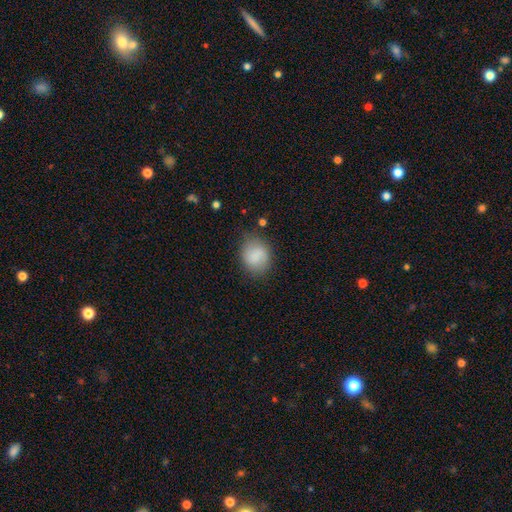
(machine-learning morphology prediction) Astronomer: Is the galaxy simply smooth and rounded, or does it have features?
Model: smooth — 82%.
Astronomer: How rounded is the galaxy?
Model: round — 60% (runner-up: in between, 39%).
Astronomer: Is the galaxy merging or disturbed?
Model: none — 73%.